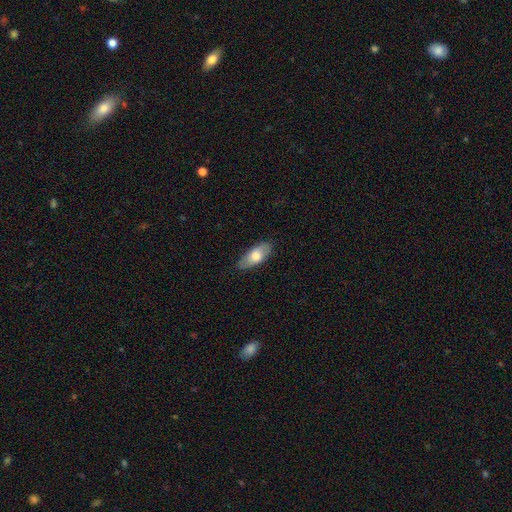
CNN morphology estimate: Smooth or featured? smooth (71%)
How rounded? in between (83%)
Merging? none (80%)